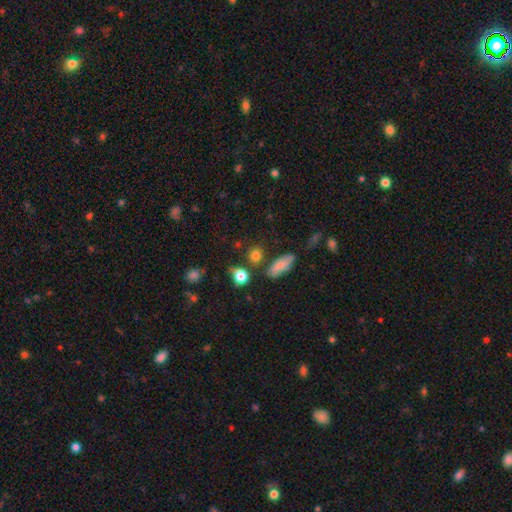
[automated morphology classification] smooth_or_featured: smooth (p=0.82) [alt: star or artifact p=0.11]
how_rounded: round (p=0.64) [alt: in between p=0.32]
merging: none (p=0.65) [alt: minor disturbance p=0.18]